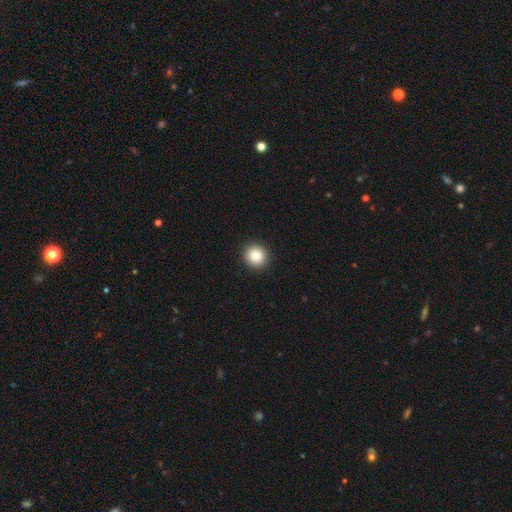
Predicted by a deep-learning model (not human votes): smooth-or-featured: smooth: 83% | star or artifact: 10% | featured or disk: 7%
  how-rounded: round: 92% | in between: 7% | cigar-shaped: 1%
  merging: none: 93% | minor disturbance: 5% | major disturbance: 2% | merger: 1%